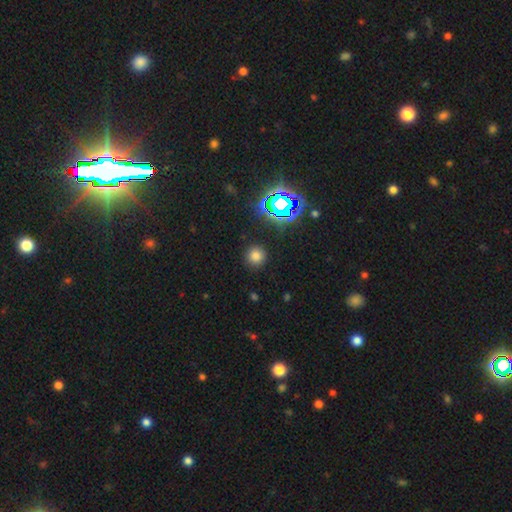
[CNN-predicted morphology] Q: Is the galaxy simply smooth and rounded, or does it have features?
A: smooth — 70%.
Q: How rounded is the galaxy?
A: round — 94%.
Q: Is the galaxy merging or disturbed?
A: none — 90%.